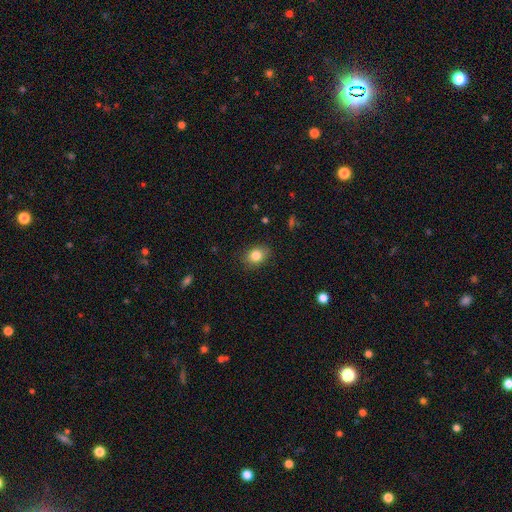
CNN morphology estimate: Q: Smooth or featured?
A: smooth (83%); runner-up: star or artifact (10%)
Q: How rounded?
A: in between (52%); runner-up: round (47%)
Q: Merging?
A: none (85%); runner-up: minor disturbance (12%)